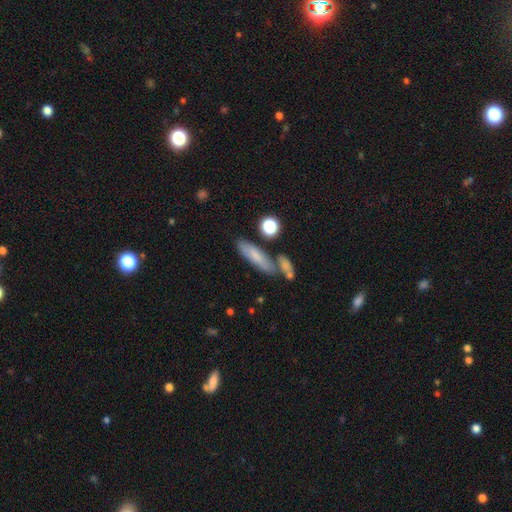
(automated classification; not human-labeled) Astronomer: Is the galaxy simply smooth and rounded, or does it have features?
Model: smooth — 67%.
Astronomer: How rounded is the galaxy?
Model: cigar-shaped — 60%.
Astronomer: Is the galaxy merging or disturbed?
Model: none — 62%.